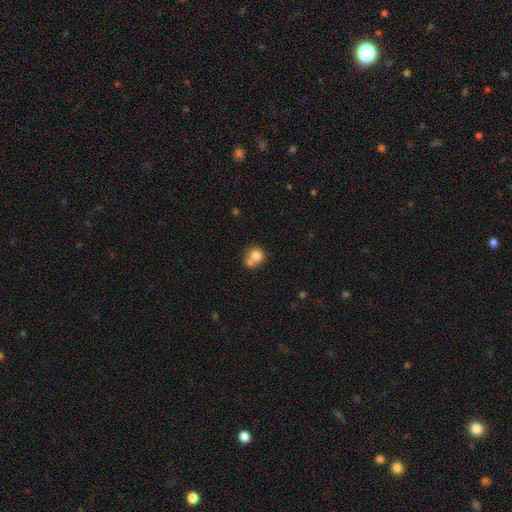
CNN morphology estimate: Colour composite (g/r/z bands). It shows a smooth galaxy with no disk features (77%) that is round (79%). Merging: merger (42%).